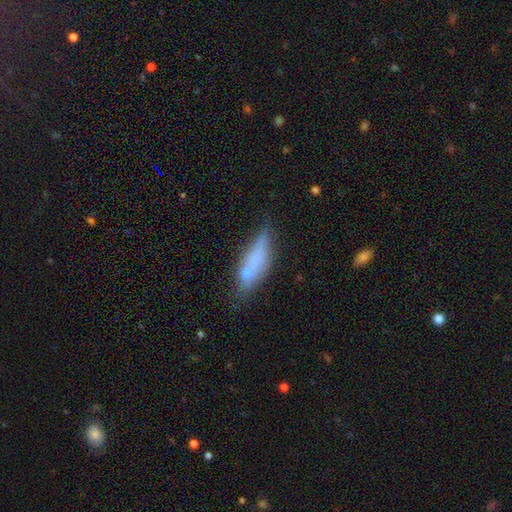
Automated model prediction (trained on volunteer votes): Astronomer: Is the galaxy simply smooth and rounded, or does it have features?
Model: smooth — 65%.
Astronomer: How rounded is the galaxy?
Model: in between — 51% (runner-up: cigar-shaped, 46%).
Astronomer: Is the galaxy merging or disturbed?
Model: none — 51% (runner-up: minor disturbance, 28%).